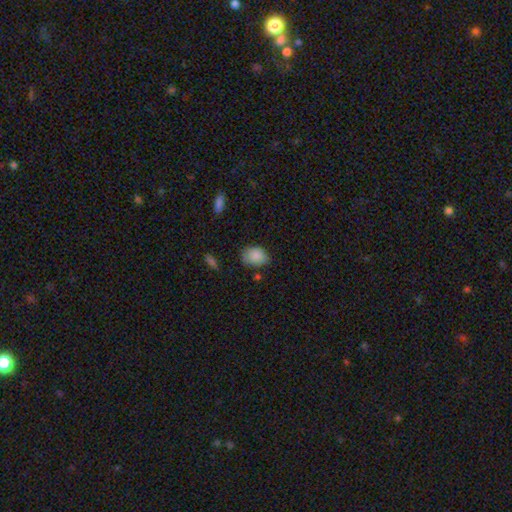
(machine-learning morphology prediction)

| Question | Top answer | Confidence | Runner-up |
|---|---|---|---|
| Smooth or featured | smooth | 86% | star or artifact (8%) |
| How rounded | in between | 67% | round (32%) |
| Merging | none | 69% | minor disturbance (23%) |